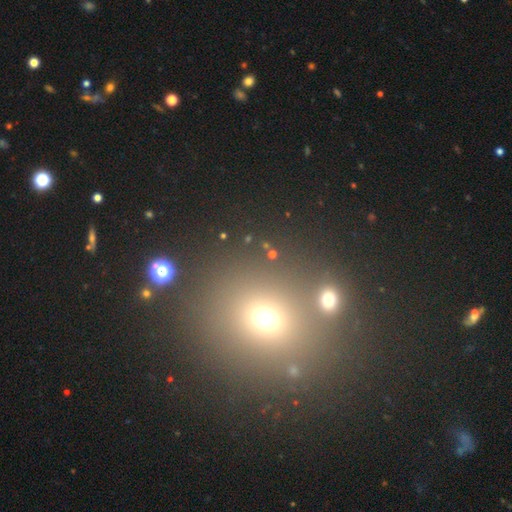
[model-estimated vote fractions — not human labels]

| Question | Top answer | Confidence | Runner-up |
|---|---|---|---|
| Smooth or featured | smooth | 55% | star or artifact (35%) |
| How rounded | round | 74% | in between (25%) |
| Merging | none | 81% | minor disturbance (8%) |